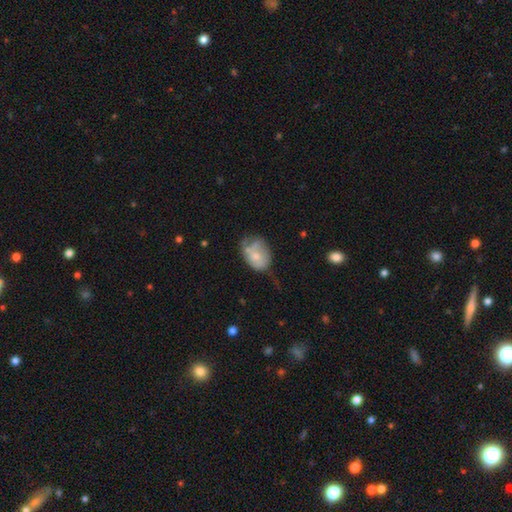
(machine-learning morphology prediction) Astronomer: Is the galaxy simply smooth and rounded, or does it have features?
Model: smooth — 60%.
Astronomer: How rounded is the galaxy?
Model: in between — 72%.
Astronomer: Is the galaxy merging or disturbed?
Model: minor disturbance — 35% (runner-up: none, 33%).